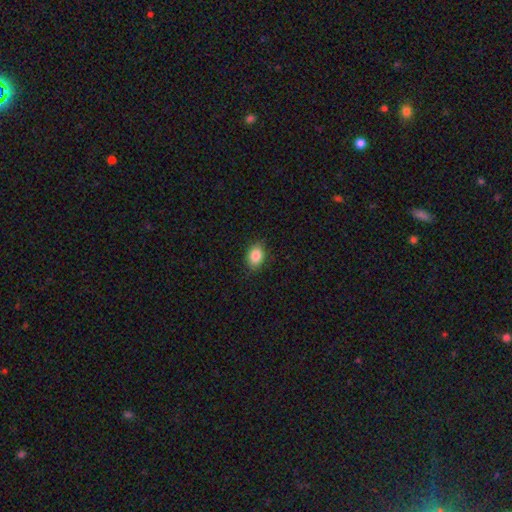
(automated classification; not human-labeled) A smooth galaxy with no disk features (85%) that is in between round and cigar-shaped (73%).

Vote fractions:
- Smooth or featured? smooth: 85% / star or artifact: 9% / featured or disk: 7%
- How rounded? in between: 73% / round: 26% / cigar-shaped: 1%
- Merging? none: 83% / minor disturbance: 14% / major disturbance: 3% / merger: 1%